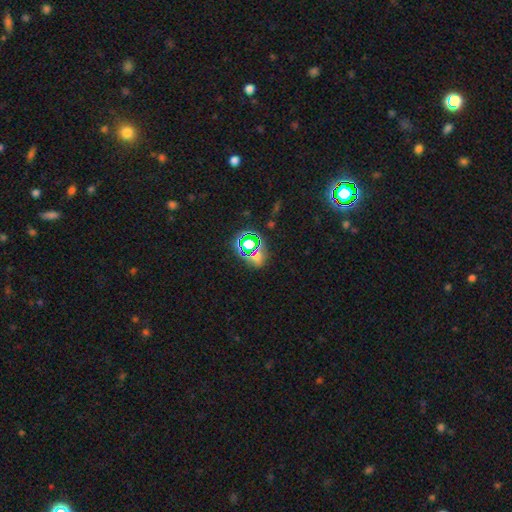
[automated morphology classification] Q: Smooth or featured?
A: star or artifact (58%); runner-up: smooth (31%)